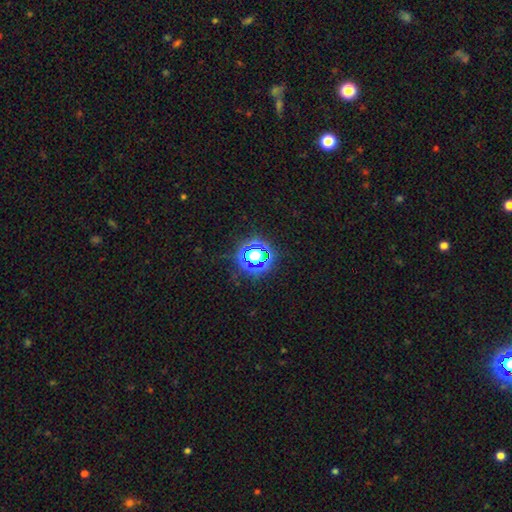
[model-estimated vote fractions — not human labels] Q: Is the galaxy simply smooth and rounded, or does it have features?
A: star or artifact — 65%.